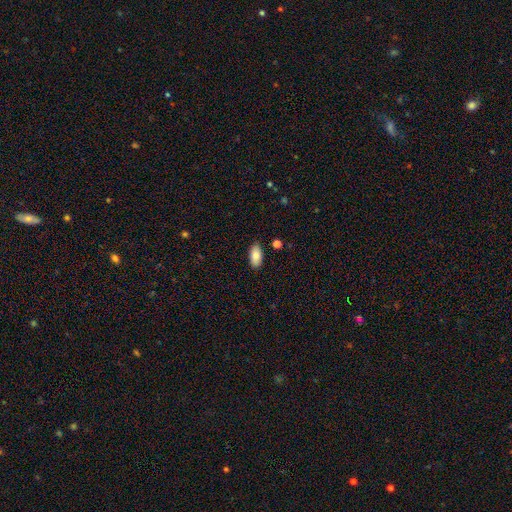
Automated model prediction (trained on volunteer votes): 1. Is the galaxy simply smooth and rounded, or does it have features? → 83% smooth, 10% featured or disk, 7% star or artifact.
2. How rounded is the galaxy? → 93% in between, 5% cigar-shaped, 2% round.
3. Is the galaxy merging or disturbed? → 86% none, 10% minor disturbance, 2% major disturbance, 2% merger.